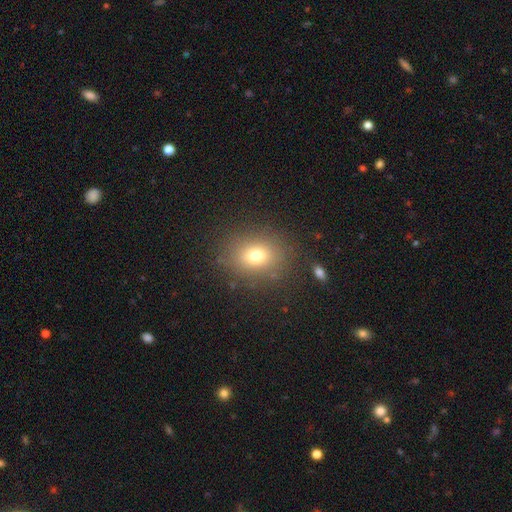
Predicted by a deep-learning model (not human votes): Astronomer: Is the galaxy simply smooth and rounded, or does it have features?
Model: smooth — 74%.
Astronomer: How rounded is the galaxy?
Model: round — 55% (runner-up: in between, 44%).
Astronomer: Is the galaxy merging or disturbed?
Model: none — 83%.